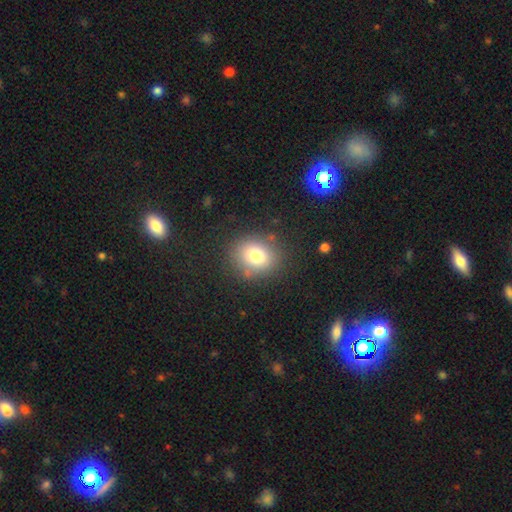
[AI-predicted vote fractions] Smooth or featured? smooth (77%)
How rounded? round (64%)
Merging? none (81%)